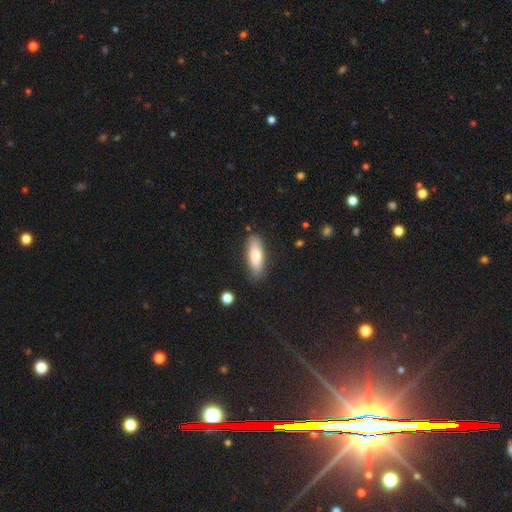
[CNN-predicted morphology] smooth 76%, featured or disk 18%, star or artifact 6%. Down the decision tree: how rounded — in between (57%); merging — none (83%).